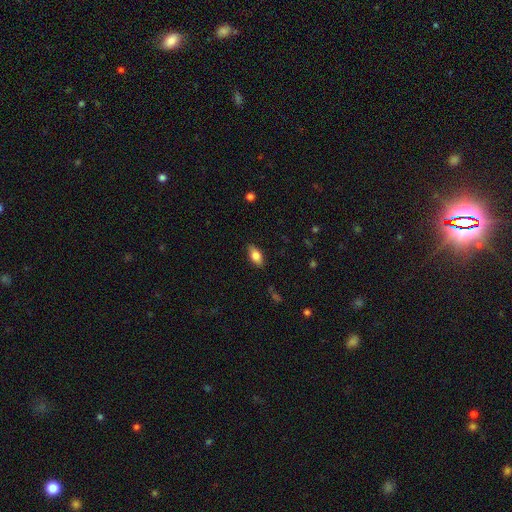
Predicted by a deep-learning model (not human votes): Smooth or featured? smooth (79%)
How rounded? in between (88%)
Merging? none (86%)